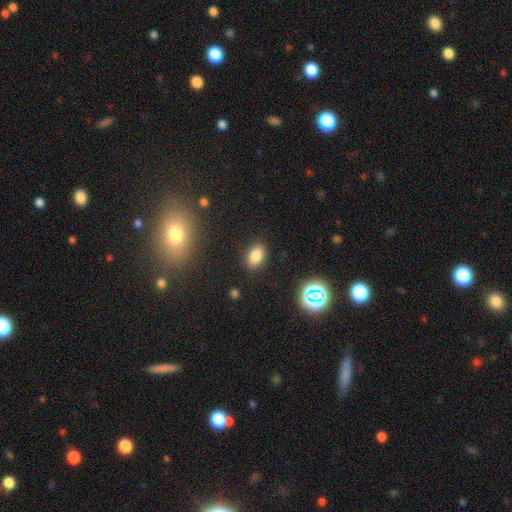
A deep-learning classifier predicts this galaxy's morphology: The model was most divided on "smooth or featured": smooth: 81%, star or artifact: 13%, featured or disk: 6%. More confident: merging — none (87%); how rounded — in between (86%).